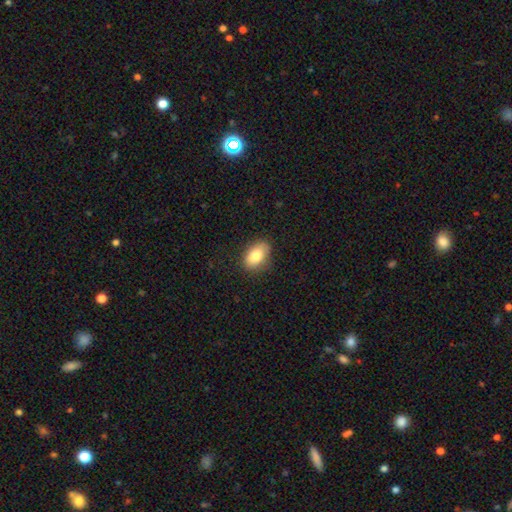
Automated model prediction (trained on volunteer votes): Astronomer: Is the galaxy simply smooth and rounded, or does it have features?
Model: smooth — 82%.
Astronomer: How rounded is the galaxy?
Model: in between — 89%.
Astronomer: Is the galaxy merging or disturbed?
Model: none — 82%.